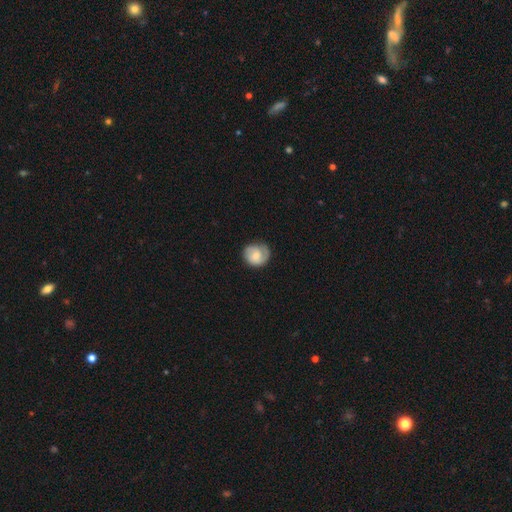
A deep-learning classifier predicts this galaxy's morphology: featured or disk 49%, smooth 44%, star or artifact 6%. Down the decision tree: merging — none (71%).